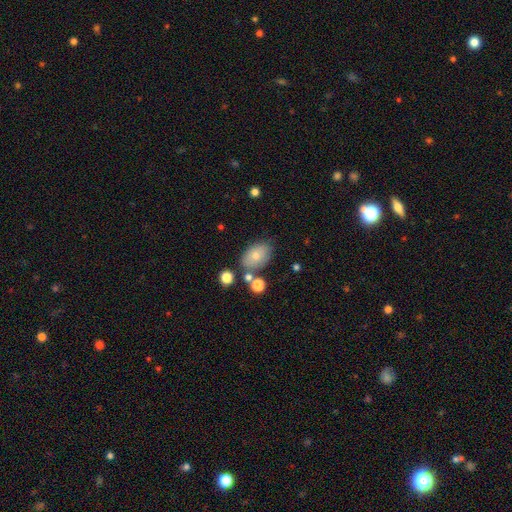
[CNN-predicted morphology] A smooth galaxy with no disk features (73%) that is in between round and cigar-shaped (87%). Merging: none (70%).